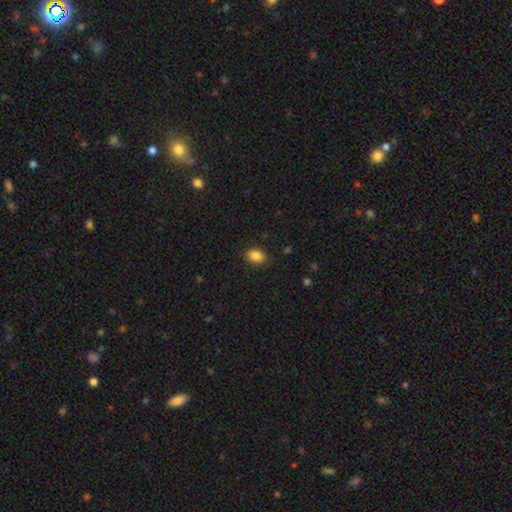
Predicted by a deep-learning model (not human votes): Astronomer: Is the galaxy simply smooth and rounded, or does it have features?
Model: smooth — 87%.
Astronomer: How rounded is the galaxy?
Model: in between — 76%.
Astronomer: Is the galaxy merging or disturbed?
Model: none — 87%.